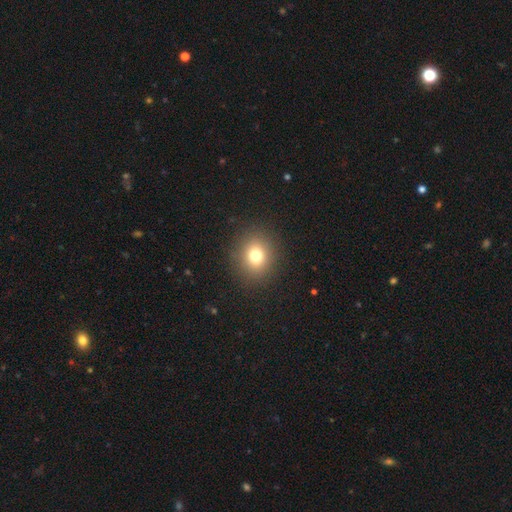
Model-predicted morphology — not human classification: Smooth or featured? smooth (76%)
How rounded? round (76%)
Merging? none (90%)